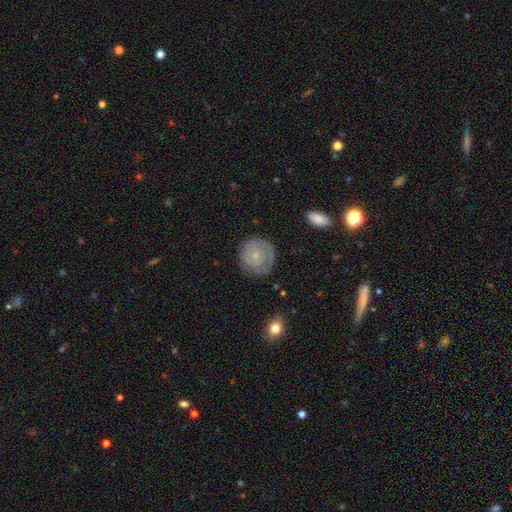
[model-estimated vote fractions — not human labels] This is possibly a smooth galaxy (60%). How rounded: clearly round (89%). Merging: likely none (74%).